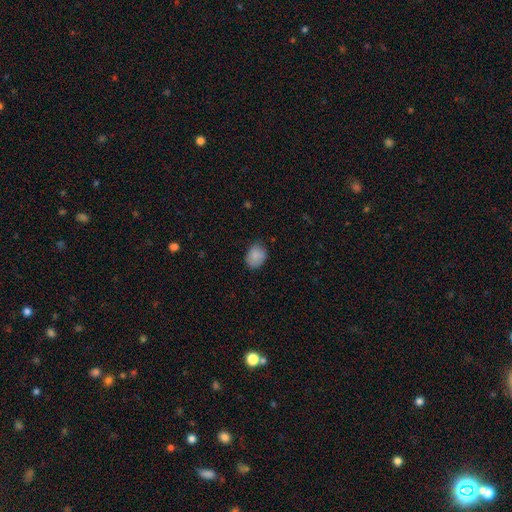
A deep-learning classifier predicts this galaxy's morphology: smooth-or-featured: smooth: 86% | star or artifact: 8% | featured or disk: 6%
  how-rounded: in between: 57% | round: 42% | cigar-shaped: 1%
  merging: none: 75% | minor disturbance: 20% | major disturbance: 4% | merger: 1%